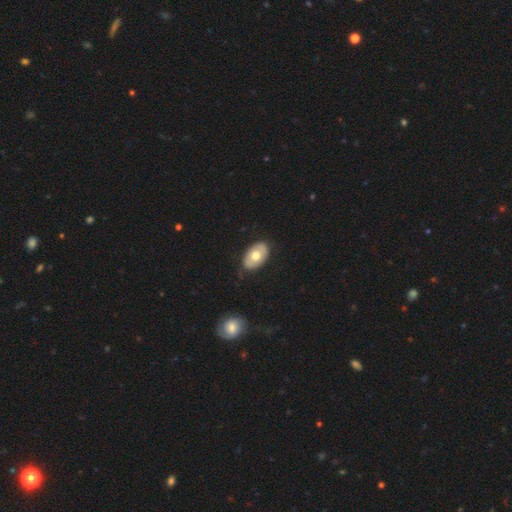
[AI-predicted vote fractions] A smooth galaxy with no disk features (62%) that is in between round and cigar-shaped (91%). Merging: none (81%).